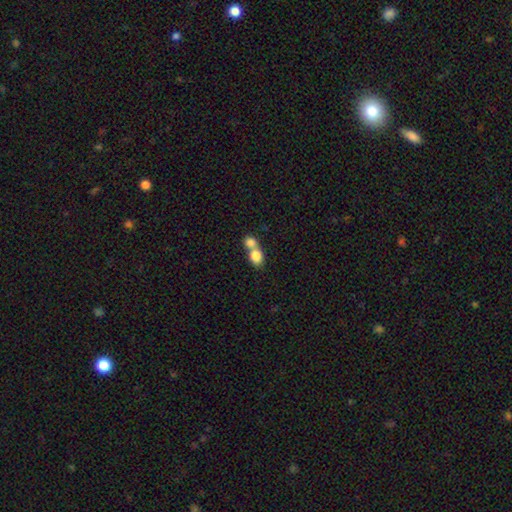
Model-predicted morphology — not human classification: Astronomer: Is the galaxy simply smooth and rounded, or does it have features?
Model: smooth — 81%.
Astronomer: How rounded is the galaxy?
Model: round — 50% (runner-up: in between, 49%).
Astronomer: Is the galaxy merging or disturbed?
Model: merger — 69%.